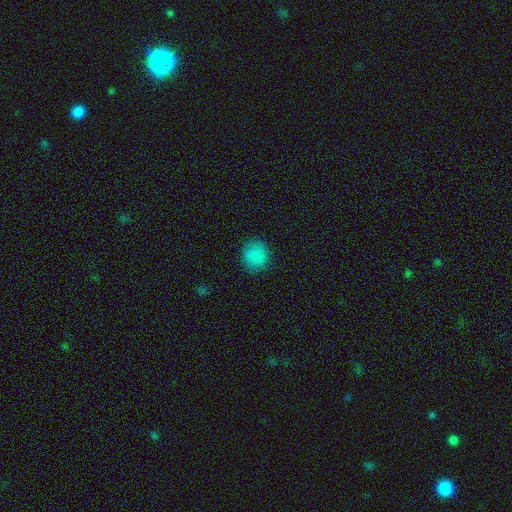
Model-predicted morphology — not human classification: Smooth or featured?
  - smooth: 85% *
  - star or artifact: 11%
  - featured or disk: 4%
How rounded?
  - round: 82% *
  - in between: 17%
  - cigar-shaped: 1%
Merging?
  - none: 87% *
  - minor disturbance: 9%
  - major disturbance: 3%
  - merger: 1%